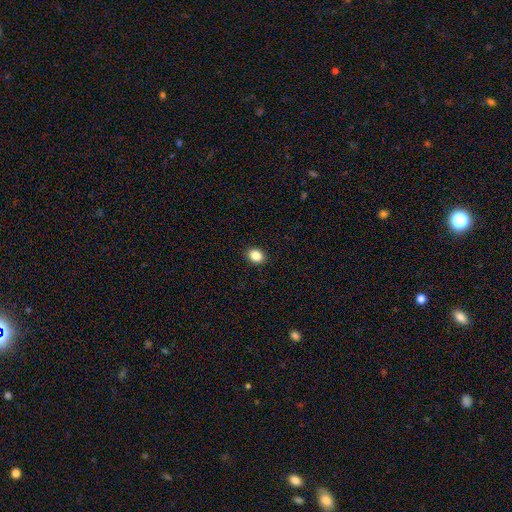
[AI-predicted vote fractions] Smooth or featured? Predicted: smooth (p=0.86). How rounded? Predicted: in between (p=0.50). Merging? Predicted: none (p=0.91).